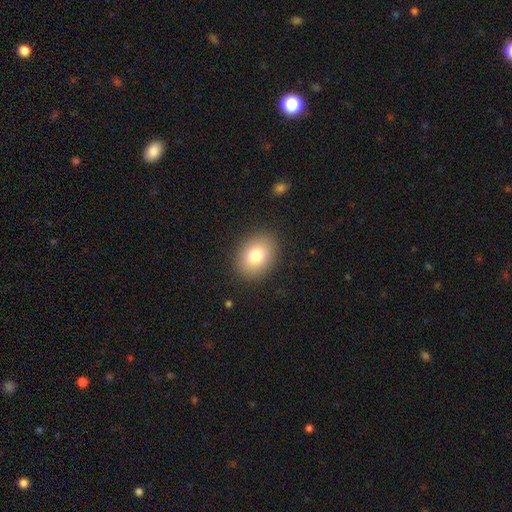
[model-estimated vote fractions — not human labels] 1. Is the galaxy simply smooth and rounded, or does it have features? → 79% smooth, 11% featured or disk, 10% star or artifact.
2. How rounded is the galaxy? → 65% in between, 34% round, 1% cigar-shaped.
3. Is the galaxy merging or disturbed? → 89% none, 8% minor disturbance, 3% major disturbance, 1% merger.